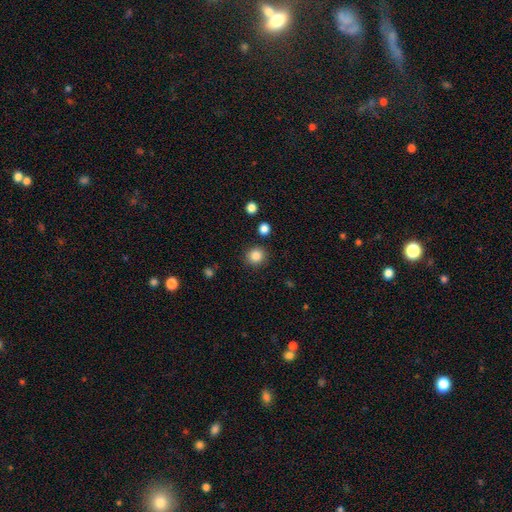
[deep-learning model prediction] smooth 85%, star or artifact 11%, featured or disk 4%. Down the decision tree: how rounded — round (90%); merging — none (88%).